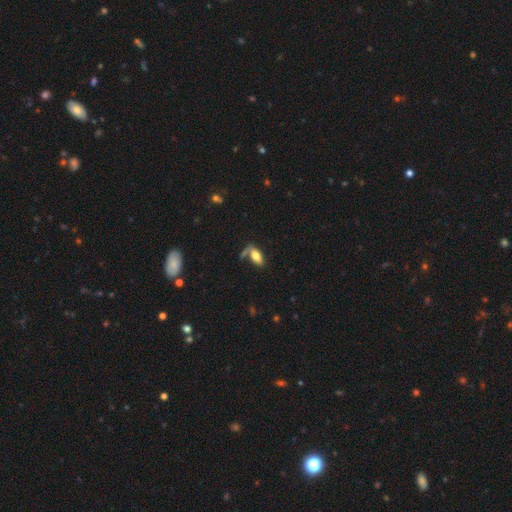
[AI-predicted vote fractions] smooth 74%, featured or disk 18%, star or artifact 8%. Down the decision tree: how rounded — in between (84%); merging — none (53%).